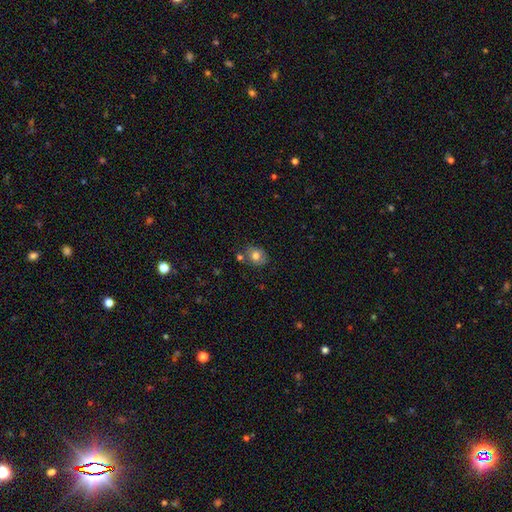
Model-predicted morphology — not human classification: type=smooth (77%); roundness=round (53%); merging=none (68%).